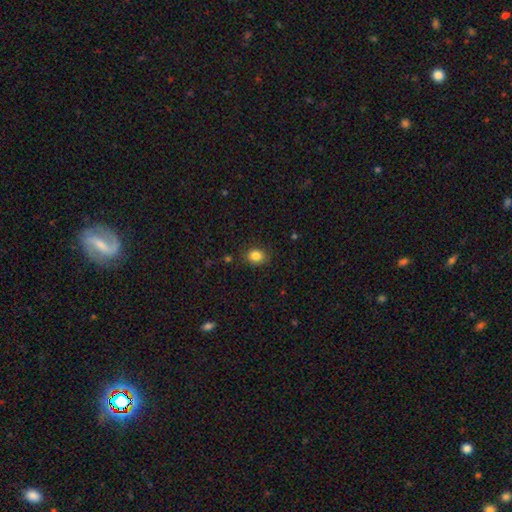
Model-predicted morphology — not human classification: Smooth or featured?
  - smooth: 85% *
  - star or artifact: 10%
  - featured or disk: 5%
How rounded?
  - round: 51% *
  - in between: 48%
  - cigar-shaped: 1%
Merging?
  - none: 85% *
  - minor disturbance: 11%
  - major disturbance: 3%
  - merger: 2%